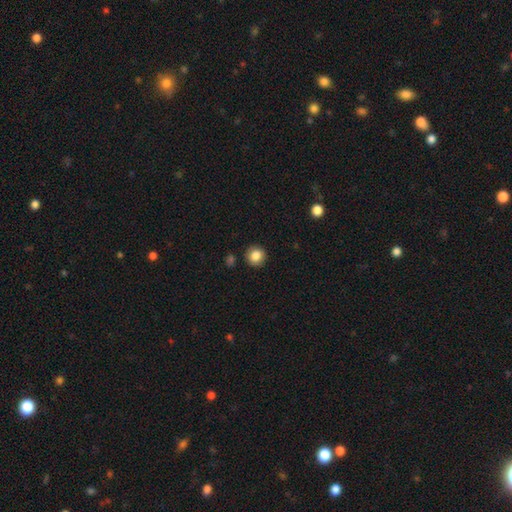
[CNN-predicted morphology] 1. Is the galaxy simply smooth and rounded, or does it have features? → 85% smooth, 9% star or artifact, 6% featured or disk.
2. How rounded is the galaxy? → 91% round, 8% in between, 1% cigar-shaped.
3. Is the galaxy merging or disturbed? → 89% none, 7% minor disturbance, 2% major disturbance, 2% merger.